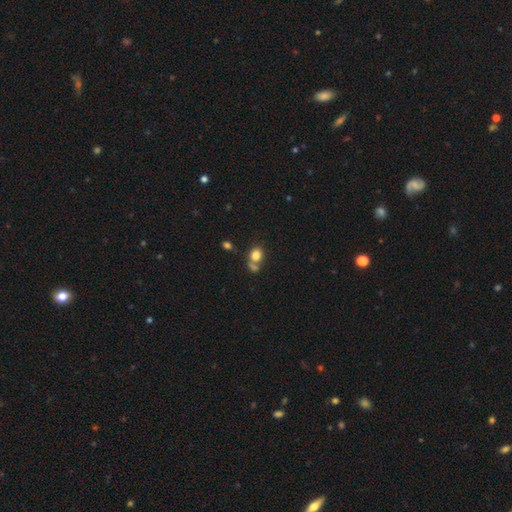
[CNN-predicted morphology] Smooth or featured: smooth — 80% (star or artifact — 11%)
How rounded: round — 61% (in between — 38%)
Merging: none — 47% (merger — 36%)